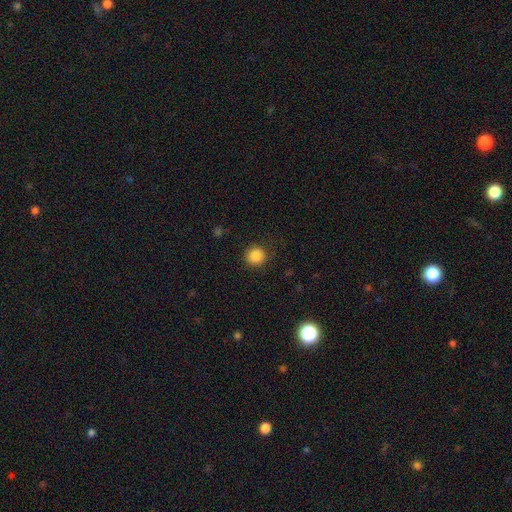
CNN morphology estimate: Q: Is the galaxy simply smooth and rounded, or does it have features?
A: smooth — 86%.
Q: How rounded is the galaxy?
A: round — 93%.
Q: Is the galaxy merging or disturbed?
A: none — 88%.